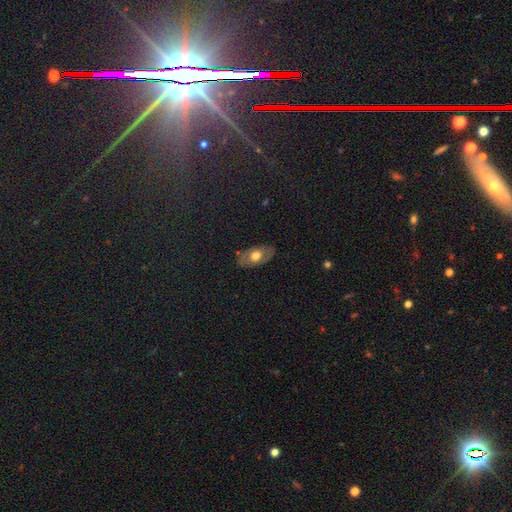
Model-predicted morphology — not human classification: A smooth galaxy with no disk features (55%) that is in between round and cigar-shaped (90%). Merging: none (83%).